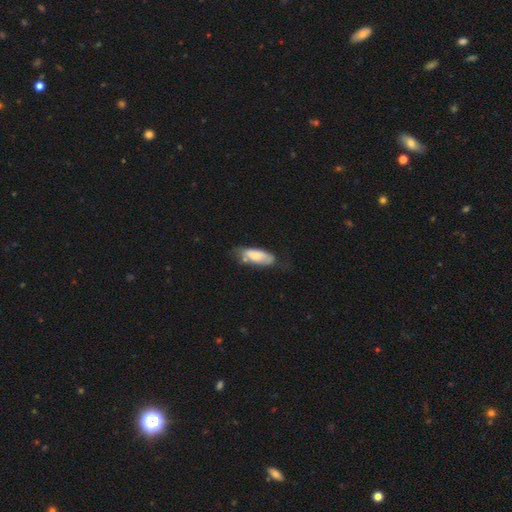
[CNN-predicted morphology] A smooth galaxy with no disk features (69%) that is in between round and cigar-shaped (75%).

Vote fractions:
- Smooth or featured? smooth: 69% / featured or disk: 24% / star or artifact: 6%
- How rounded? in between: 75% / cigar-shaped: 24% / round: 2%
- Merging? none: 50% / minor disturbance: 33% / major disturbance: 11% / merger: 6%